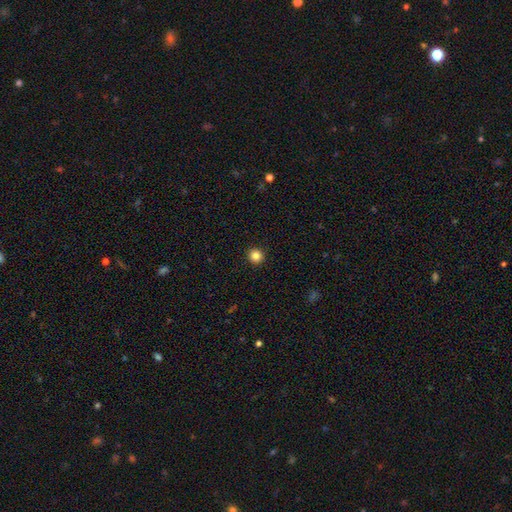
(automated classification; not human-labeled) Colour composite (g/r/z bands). It shows a smooth galaxy with no disk features (84%) that is round (95%). Merging: none (94%).